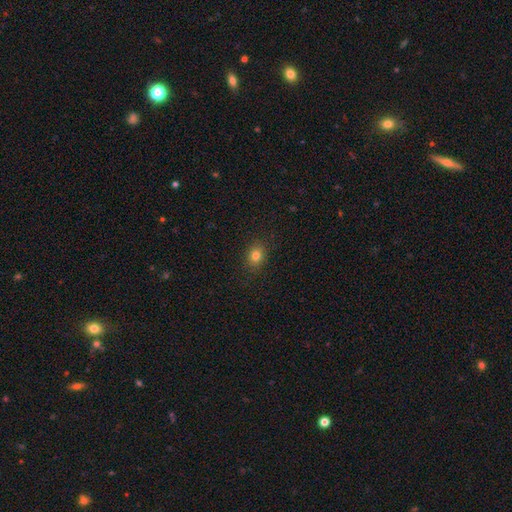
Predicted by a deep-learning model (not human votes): Smooth or featured: smooth — 81% (star or artifact — 12%)
How rounded: in between — 51% (round — 48%)
Merging: none — 89% (minor disturbance — 8%)